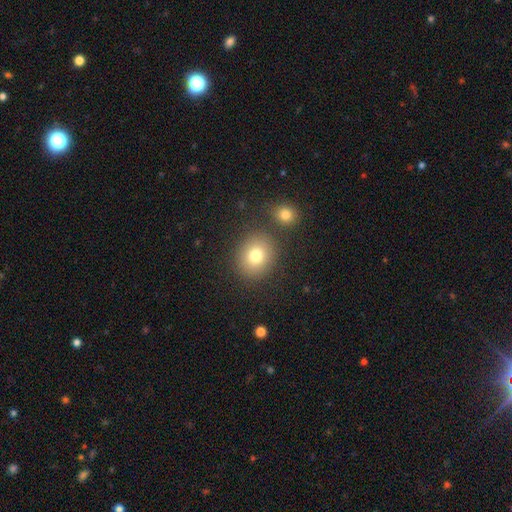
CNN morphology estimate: Smooth or featured? smooth (78%)
How rounded? round (74%)
Merging? none (79%)